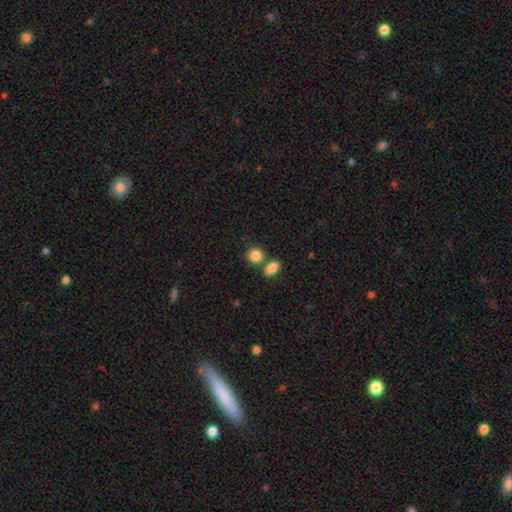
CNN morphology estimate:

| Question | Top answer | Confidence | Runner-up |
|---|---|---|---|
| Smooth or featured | smooth | 86% | star or artifact (8%) |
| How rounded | round | 74% | in between (24%) |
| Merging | none | 59% | merger (28%) |